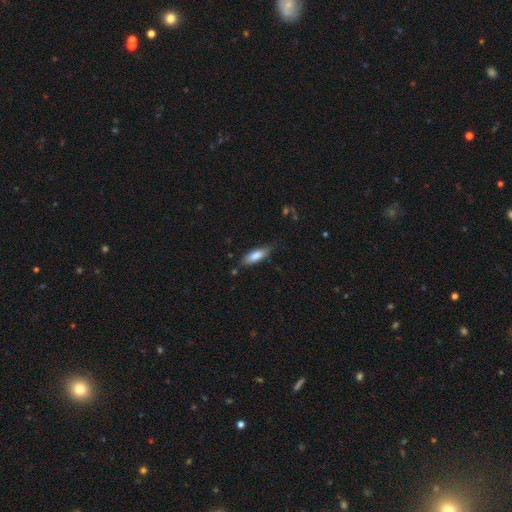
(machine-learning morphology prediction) This appears to be a smooth galaxy with no disk features (81%) that is in between round and cigar-shaped (62%). Merging: none (75%).